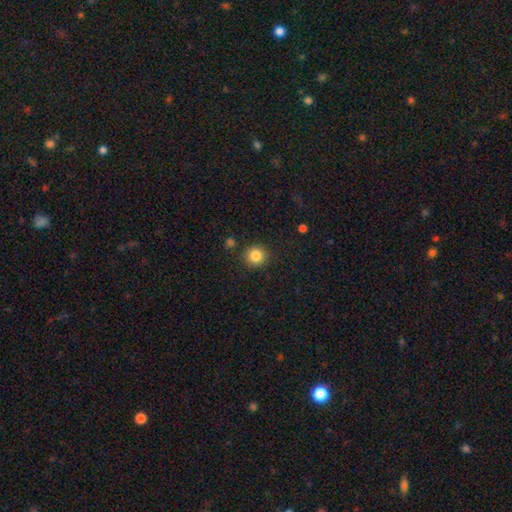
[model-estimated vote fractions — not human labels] The model was most divided on "smooth or featured": smooth: 85%, star or artifact: 11%, featured or disk: 5%. More confident: how rounded — round (93%); merging — none (88%).